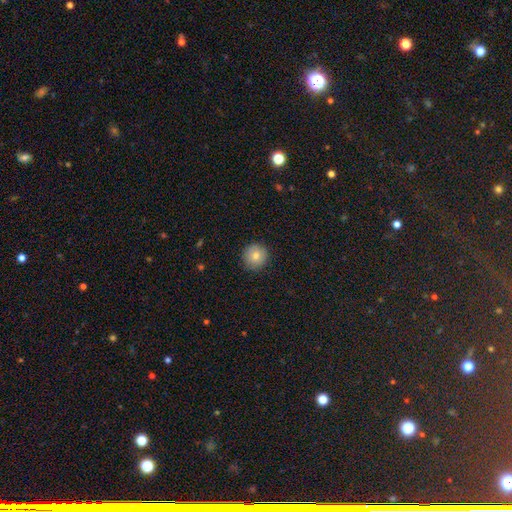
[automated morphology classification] A smooth galaxy with no disk features (79%) that is round (95%).

Vote fractions:
- Smooth or featured? smooth: 79% / featured or disk: 11% / star or artifact: 10%
- How rounded? round: 95% / in between: 4% / cigar-shaped: 1%
- Merging? none: 90% / minor disturbance: 7% / major disturbance: 2% / merger: 1%